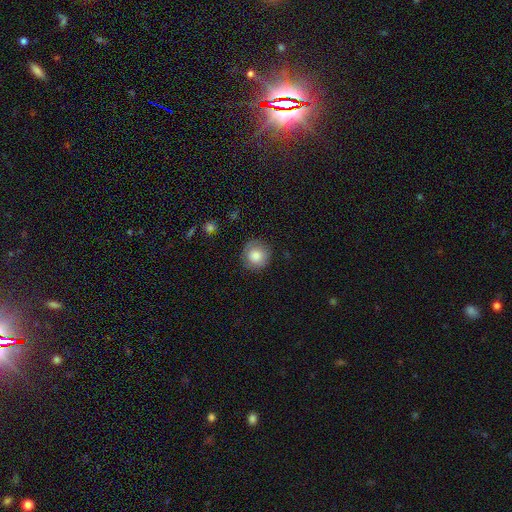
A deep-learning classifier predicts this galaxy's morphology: type=smooth (78%); roundness=round (93%); merging=none (80%).